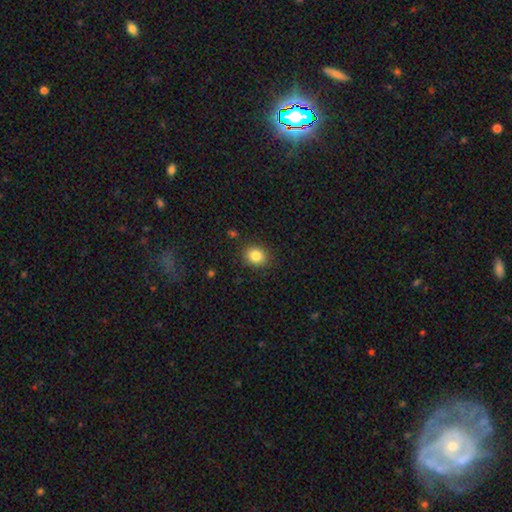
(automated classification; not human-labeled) smooth_or_featured: smooth (p=0.84) [alt: star or artifact p=0.10]
how_rounded: round (p=0.67) [alt: in between p=0.32]
merging: none (p=0.88) [alt: minor disturbance p=0.08]